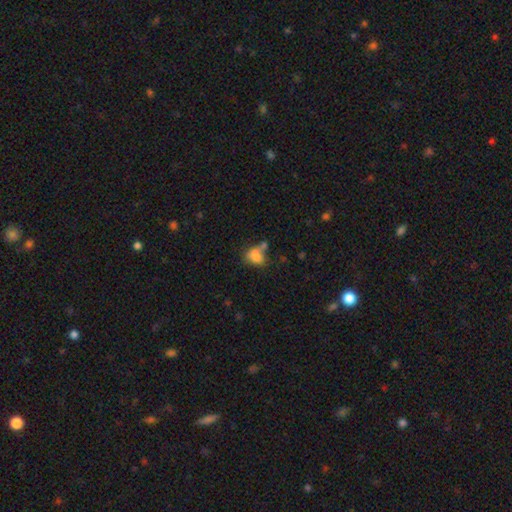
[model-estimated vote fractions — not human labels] Smooth or featured? Predicted: smooth (p=0.77). How rounded? Predicted: in between (p=0.70). Merging? Predicted: none (p=0.35).